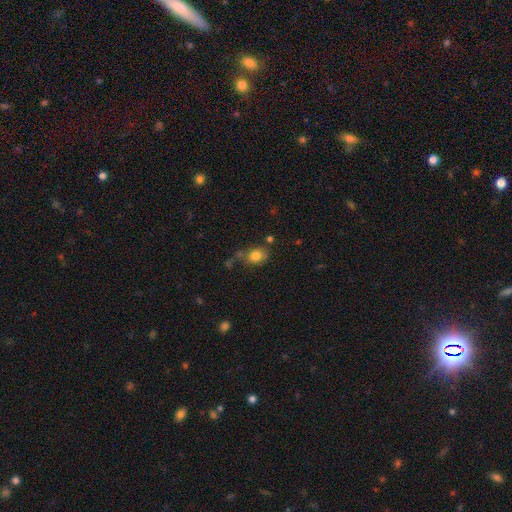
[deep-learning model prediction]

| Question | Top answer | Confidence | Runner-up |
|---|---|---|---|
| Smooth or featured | smooth | 80% | star or artifact (11%) |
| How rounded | round | 58% | in between (40%) |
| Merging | none | 61% | minor disturbance (20%) |